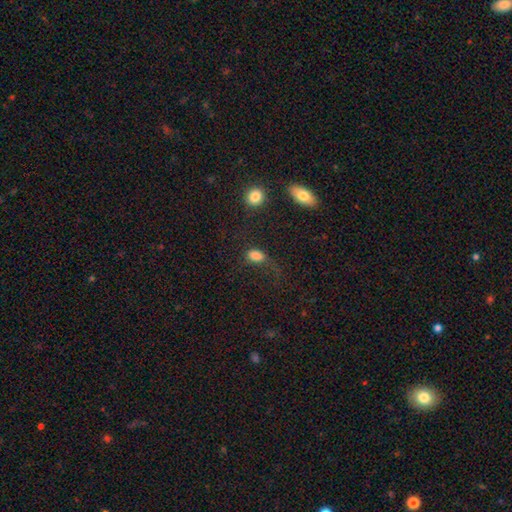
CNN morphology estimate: Q: Smooth or featured?
A: smooth (80%); runner-up: star or artifact (11%)
Q: How rounded?
A: in between (82%); runner-up: round (14%)
Q: Merging?
A: none (46%); runner-up: major disturbance (27%)